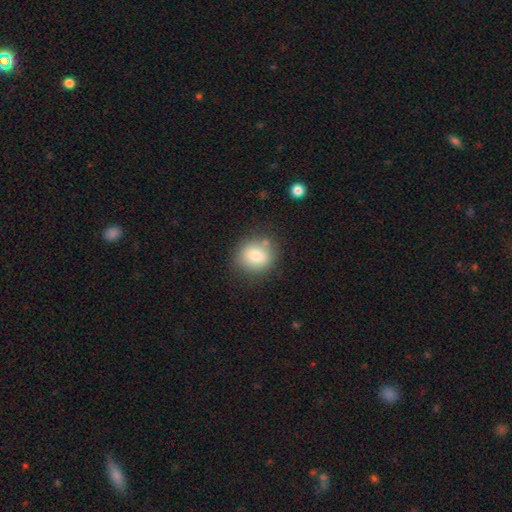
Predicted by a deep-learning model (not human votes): smooth_or_featured: smooth (p=0.79) [alt: featured or disk p=0.12]
how_rounded: round (p=0.77) [alt: in between p=0.22]
merging: none (p=0.77) [alt: minor disturbance p=0.14]